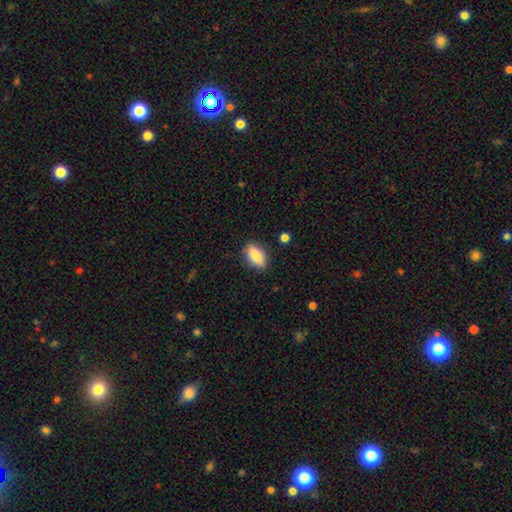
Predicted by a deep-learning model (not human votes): Smooth or featured? smooth (83%)
How rounded? in between (86%)
Merging? none (83%)